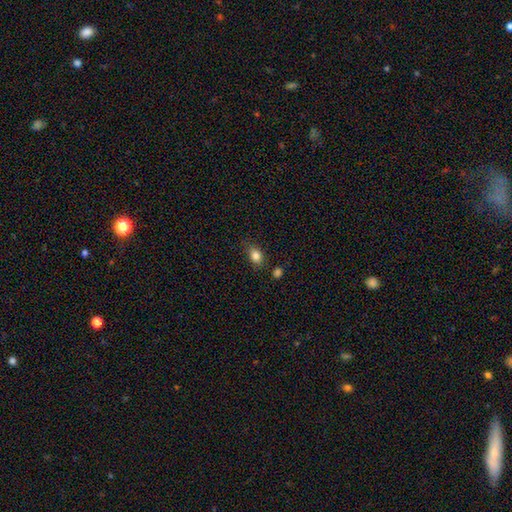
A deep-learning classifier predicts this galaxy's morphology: Smooth or featured?
  - smooth: 84% *
  - star or artifact: 10%
  - featured or disk: 6%
How rounded?
  - in between: 72% *
  - round: 26%
  - cigar-shaped: 2%
Merging?
  - none: 69% *
  - minor disturbance: 21%
  - merger: 5%
  - major disturbance: 5%